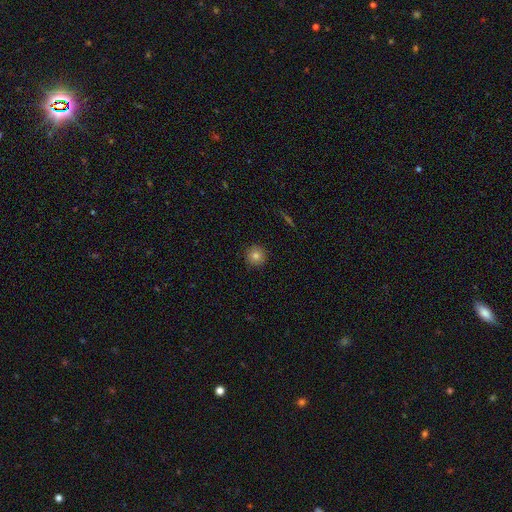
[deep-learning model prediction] This appears to be a smooth galaxy with no disk features (82%) that is round (95%). Merging: none (92%).